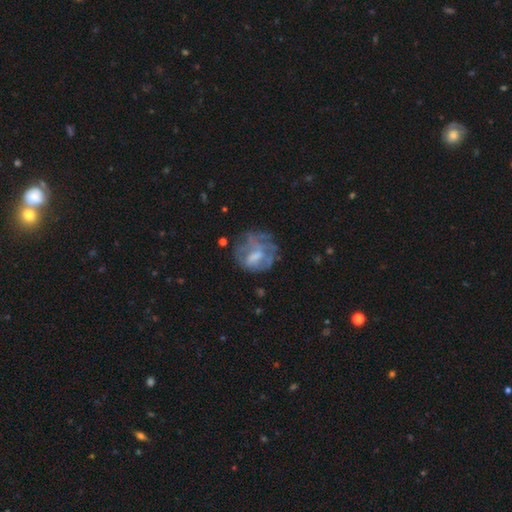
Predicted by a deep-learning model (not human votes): A featured or disk galaxy (53%) with no bar (60%), no spiral arms (76%) and a moderate central bulge (35%, tied with none).

Vote fractions:
- Smooth or featured? featured or disk: 53% / smooth: 36% / star or artifact: 11%
- Edge-on disk? no: 97% / yes: 3%
- Bar? no: 60% / weak: 31% / strong: 9%
- Spiral arms? no: 76% / yes: 24%
- Bulge size? moderate: 35% (tied) / none: 35% (tied) / small: 21% / large: 8% / dominant: 1%
- Merging? none: 46% / major disturbance: 28% / minor disturbance: 22% / merger: 4%